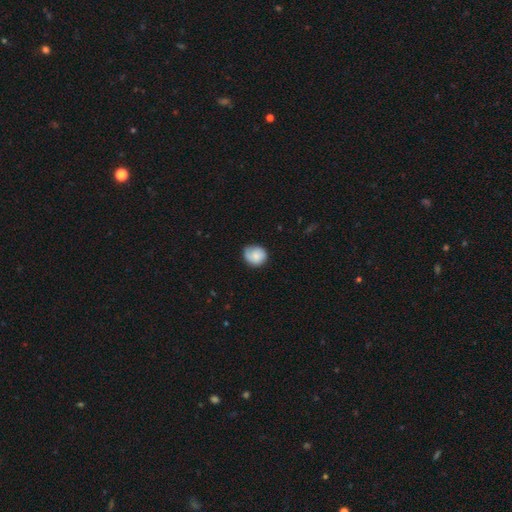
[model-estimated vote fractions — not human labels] A smooth galaxy with no disk features (71%) that is round (78%).

Vote fractions:
- Smooth or featured? smooth: 71% / featured or disk: 22% / star or artifact: 7%
- How rounded? round: 78% / in between: 21% / cigar-shaped: 1%
- Merging? none: 68% / minor disturbance: 25% / major disturbance: 6% / merger: 1%